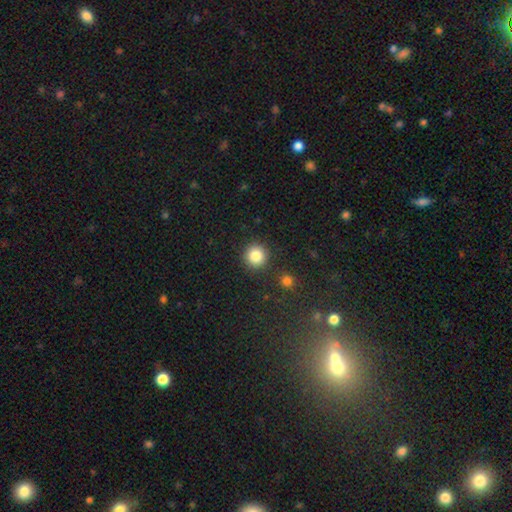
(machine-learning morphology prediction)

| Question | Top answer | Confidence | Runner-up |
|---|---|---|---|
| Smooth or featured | smooth | 85% | star or artifact (10%) |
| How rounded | round | 94% | in between (5%) |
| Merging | none | 89% | minor disturbance (6%) |